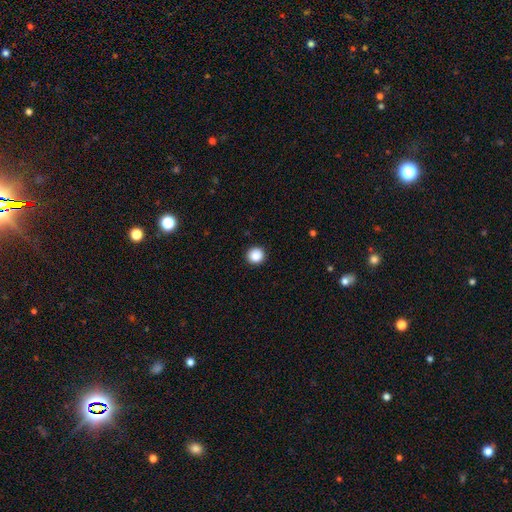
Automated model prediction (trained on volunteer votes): Smooth or featured?
  - smooth: 88% *
  - star or artifact: 10%
  - featured or disk: 3%
How rounded?
  - round: 95% *
  - in between: 4%
  - cigar-shaped: 1%
Merging?
  - none: 93% *
  - minor disturbance: 4%
  - major disturbance: 2%
  - merger: 1%